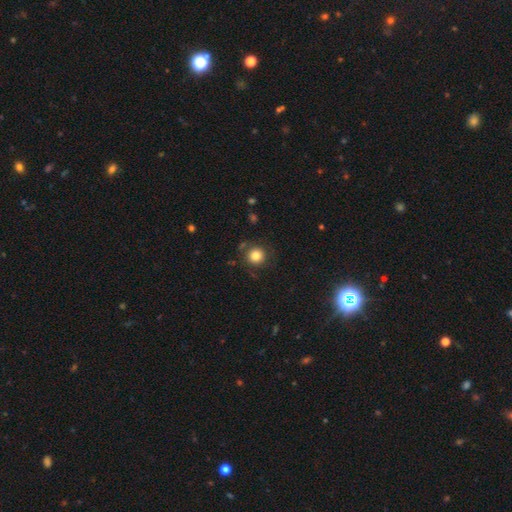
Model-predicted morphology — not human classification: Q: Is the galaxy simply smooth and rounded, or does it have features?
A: smooth — 82%.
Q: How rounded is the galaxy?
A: round — 93%.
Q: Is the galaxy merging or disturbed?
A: none — 82%.